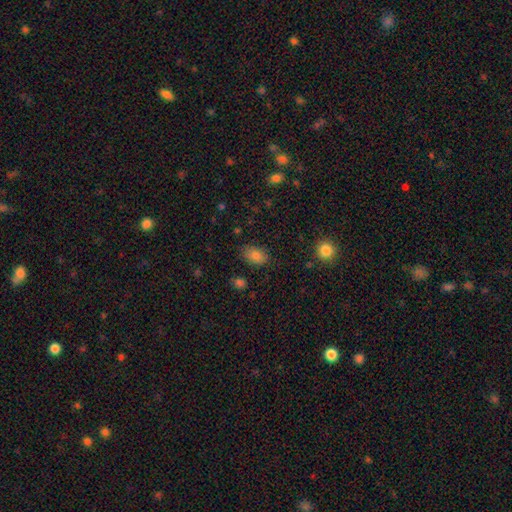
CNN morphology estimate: Smooth or featured? smooth (83%)
How rounded? in between (84%)
Merging? none (81%)